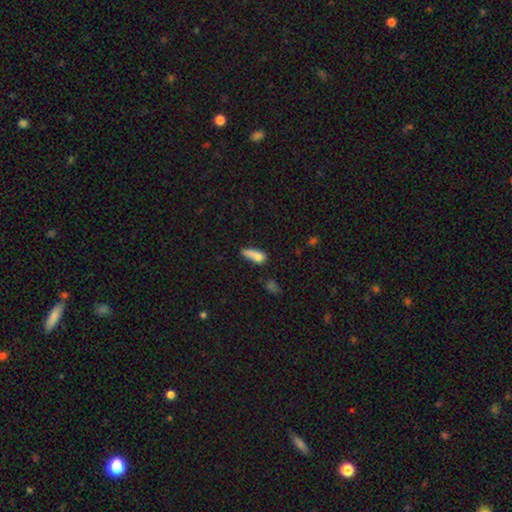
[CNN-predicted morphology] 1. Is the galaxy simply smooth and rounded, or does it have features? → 75% smooth, 15% featured or disk, 10% star or artifact.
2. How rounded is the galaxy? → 55% in between, 38% cigar-shaped, 7% round.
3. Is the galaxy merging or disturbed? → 36% none, 26% merger, 23% minor disturbance, 15% major disturbance.